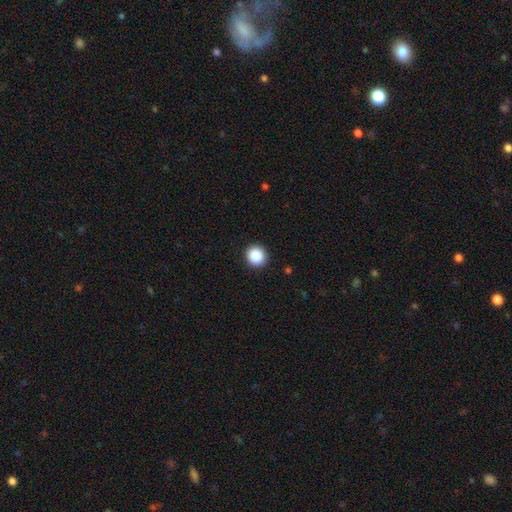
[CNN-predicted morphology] type=smooth (89%); roundness=round (91%); merging=none (92%).